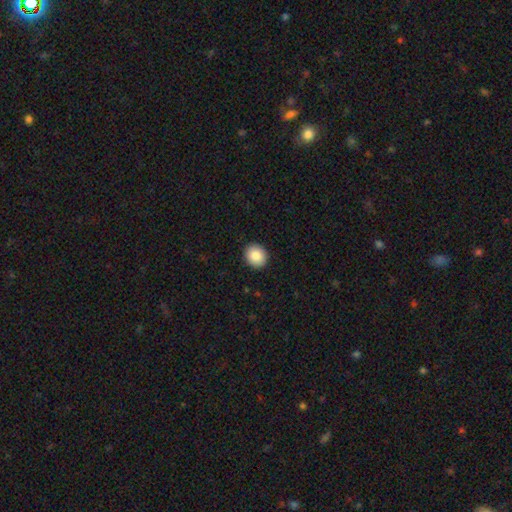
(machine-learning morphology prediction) Q: Smooth or featured?
A: smooth (86%); runner-up: star or artifact (8%)
Q: How rounded?
A: round (74%); runner-up: in between (25%)
Q: Merging?
A: none (92%); runner-up: minor disturbance (6%)